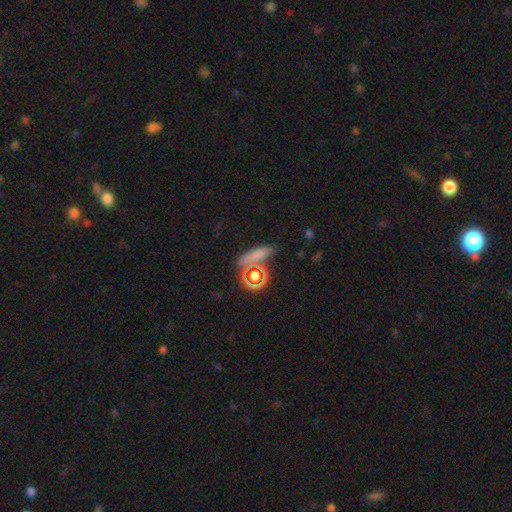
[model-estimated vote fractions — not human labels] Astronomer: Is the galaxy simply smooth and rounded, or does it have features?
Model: smooth — 65%.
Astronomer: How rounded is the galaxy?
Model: cigar-shaped — 55%.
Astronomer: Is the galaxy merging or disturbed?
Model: none — 73%.